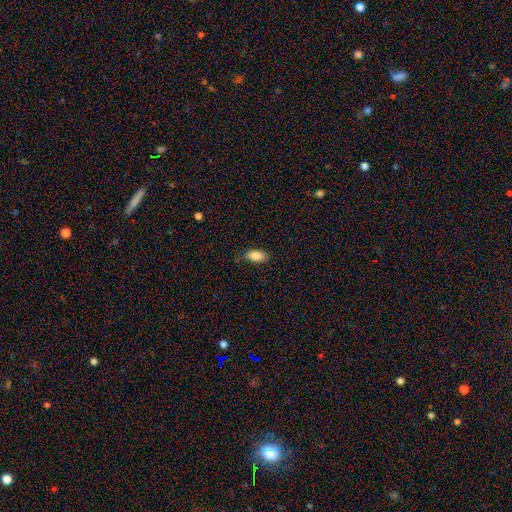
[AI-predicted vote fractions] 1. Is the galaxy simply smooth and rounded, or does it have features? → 86% smooth, 8% star or artifact, 6% featured or disk.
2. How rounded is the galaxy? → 92% in between, 4% round, 4% cigar-shaped.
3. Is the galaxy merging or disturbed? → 70% none, 23% minor disturbance, 5% major disturbance, 2% merger.